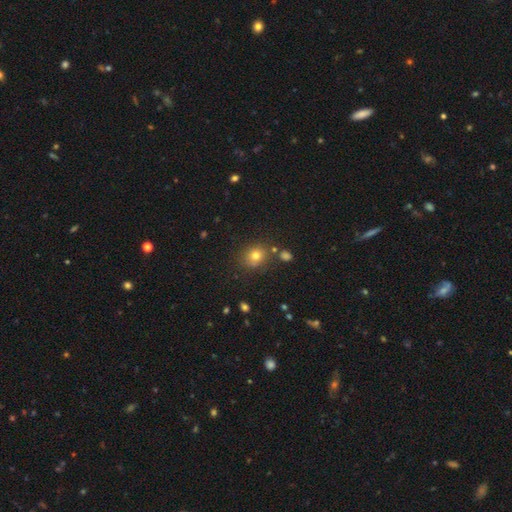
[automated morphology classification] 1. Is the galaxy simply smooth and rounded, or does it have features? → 75% smooth, 15% star or artifact, 9% featured or disk.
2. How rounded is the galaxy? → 74% round, 25% in between, 1% cigar-shaped.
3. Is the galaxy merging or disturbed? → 76% none, 12% minor disturbance, 8% merger, 4% major disturbance.